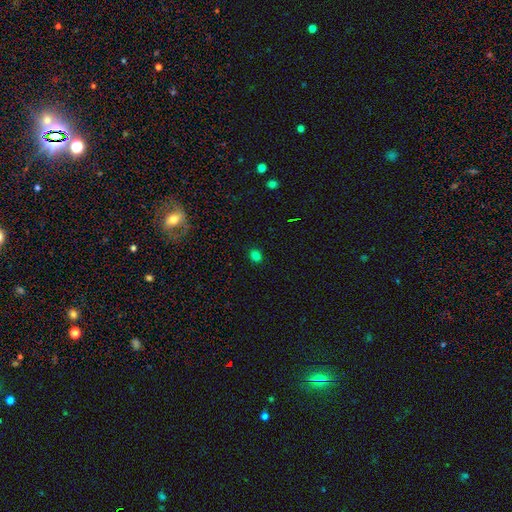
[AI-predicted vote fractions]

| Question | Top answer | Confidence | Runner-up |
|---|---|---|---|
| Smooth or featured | smooth | 79% | star or artifact (17%) |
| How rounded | round | 63% | in between (36%) |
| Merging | none | 90% | minor disturbance (7%) |